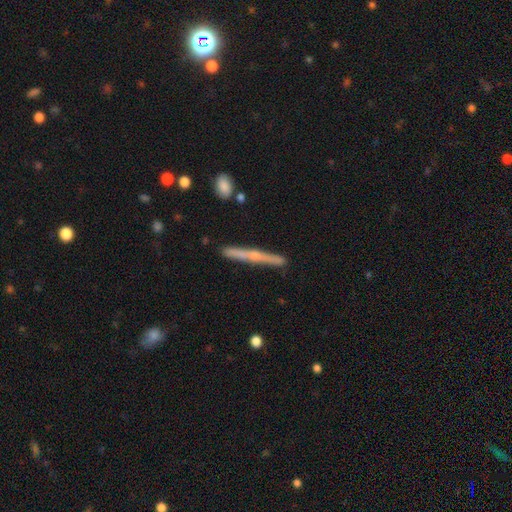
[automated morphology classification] smooth-or-featured: featured or disk: 61% | smooth: 33% | star or artifact: 6%
  disk-edge-on: yes: 97% | no: 3%
    edge-on-bulge: rounded: 60% | none: 34% | boxy: 6%
  merging: none: 88% | minor disturbance: 9% | merger: 2% | major disturbance: 2%